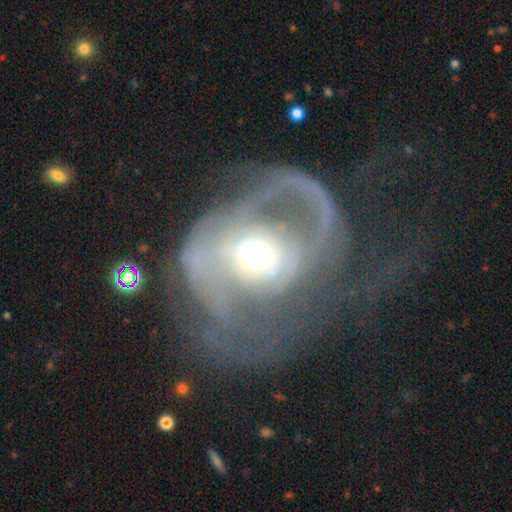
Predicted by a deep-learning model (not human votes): Smooth or featured: featured or disk — 74% (smooth — 18%)
Edge-on disk: no — 96% (yes — 4%)
Bar: no — 73% (weak — 18%)
Spiral arms: yes — 62% (no — 38%)
Bulge size: moderate — 61% (large — 21%)
Merging: major disturbance — 56% (none — 25%)